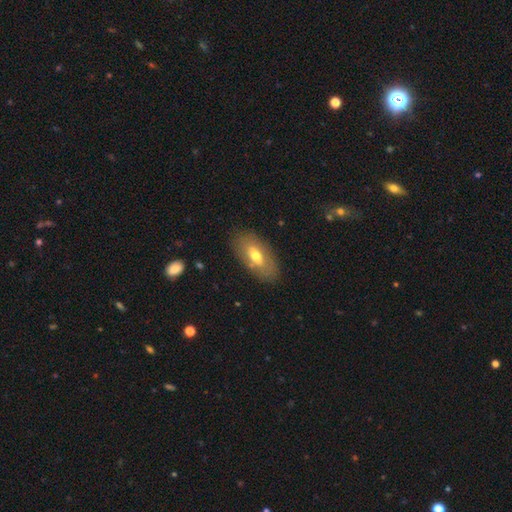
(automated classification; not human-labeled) A smooth galaxy with no disk features (56%) that is in between round and cigar-shaped (89%).

Vote fractions:
- Smooth or featured? smooth: 56% / featured or disk: 37% / star or artifact: 7%
- How rounded? in between: 89% / cigar-shaped: 6% / round: 5%
- Merging? none: 82% / minor disturbance: 13% / major disturbance: 4% / merger: 2%